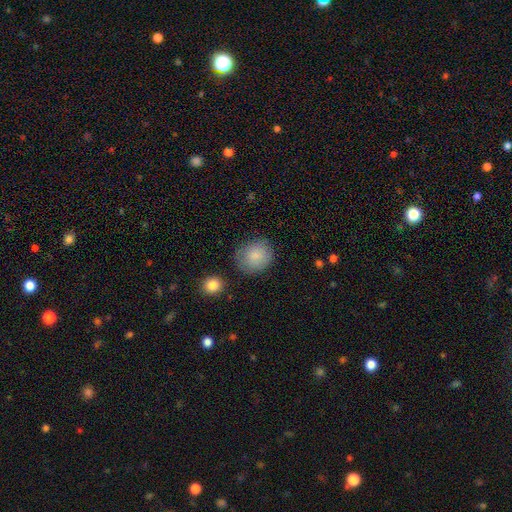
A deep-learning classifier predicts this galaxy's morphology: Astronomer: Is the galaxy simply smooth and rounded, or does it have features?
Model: smooth — 85%.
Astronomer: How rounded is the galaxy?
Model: round — 69%.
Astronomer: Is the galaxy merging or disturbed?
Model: none — 73%.